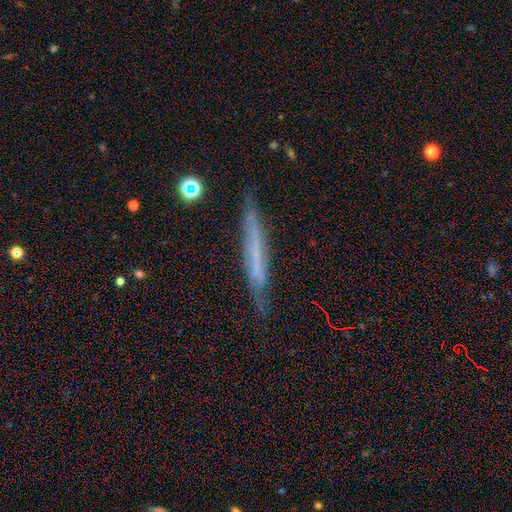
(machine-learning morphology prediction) This is possibly a featured or disk galaxy (52%). It is clearly viewed edge-on (88%). Merging: likely none (78%).